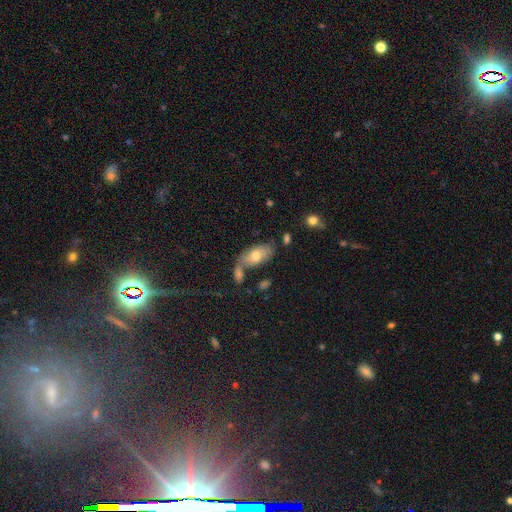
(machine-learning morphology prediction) Smooth or featured? smooth (70%)
How rounded? in between (92%)
Merging? none (52%)